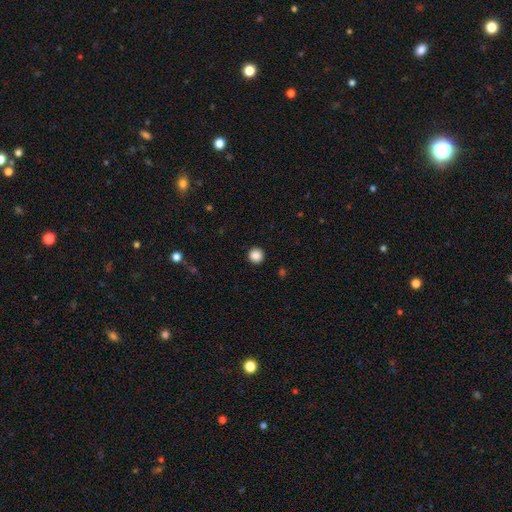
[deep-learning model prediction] Smooth or featured?
  - smooth: 87% *
  - star or artifact: 10%
  - featured or disk: 3%
How rounded?
  - round: 96% *
  - in between: 3%
  - cigar-shaped: 1%
Merging?
  - none: 93% *
  - minor disturbance: 4%
  - major disturbance: 2%
  - merger: 1%